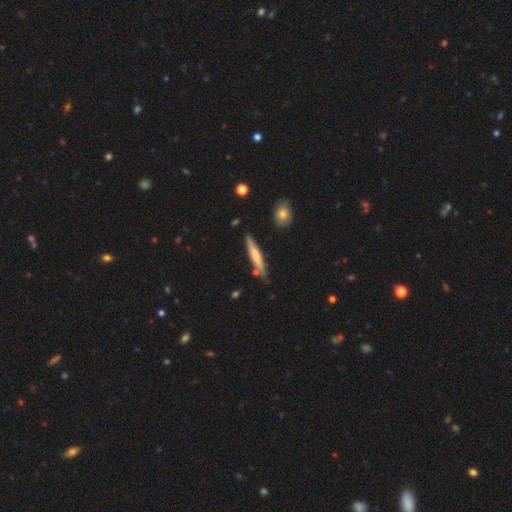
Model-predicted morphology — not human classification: A smooth galaxy with no disk features (62%) that is cigar-shaped (92%).

Vote fractions:
- Smooth or featured? smooth: 62% / featured or disk: 32% / star or artifact: 6%
- How rounded? cigar-shaped: 92% / in between: 6% / round: 1%
- Merging? none: 79% / minor disturbance: 13% / merger: 5% / major disturbance: 2%